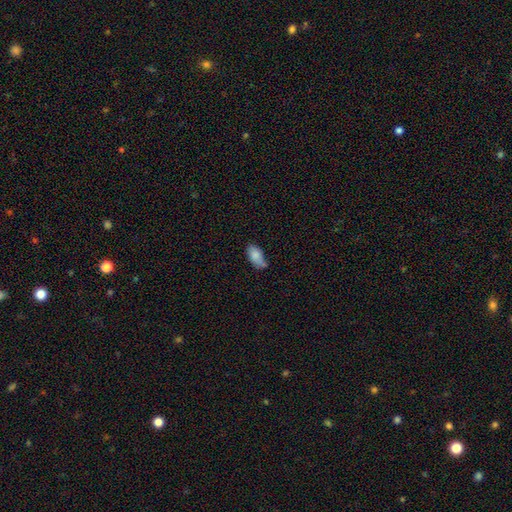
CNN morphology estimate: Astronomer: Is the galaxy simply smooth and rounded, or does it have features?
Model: smooth — 84%.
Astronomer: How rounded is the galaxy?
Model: in between — 93%.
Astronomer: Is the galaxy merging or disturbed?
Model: none — 54% (runner-up: minor disturbance, 33%).